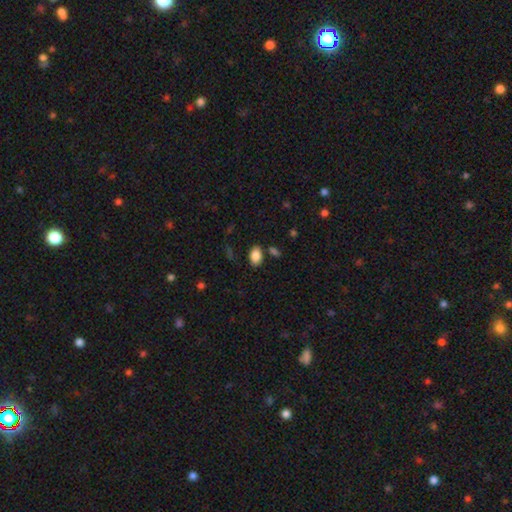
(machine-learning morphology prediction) smooth_or_featured: smooth (p=0.87) [alt: star or artifact p=0.08]
how_rounded: in between (p=0.90) [alt: round p=0.09]
merging: none (p=0.82) [alt: minor disturbance p=0.10]